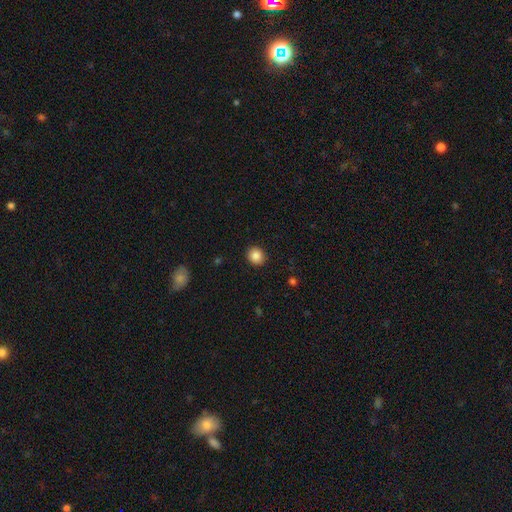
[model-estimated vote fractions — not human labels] Smooth or featured? smooth (87%)
How rounded? round (81%)
Merging? none (90%)